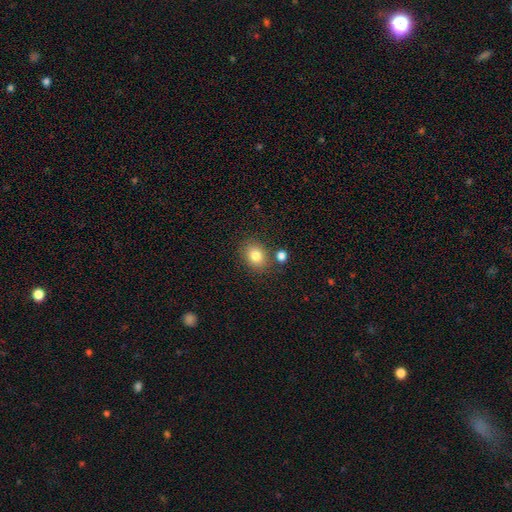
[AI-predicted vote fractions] smooth 82%, star or artifact 10%, featured or disk 8%. Down the decision tree: how rounded — round (53%); merging — none (75%).